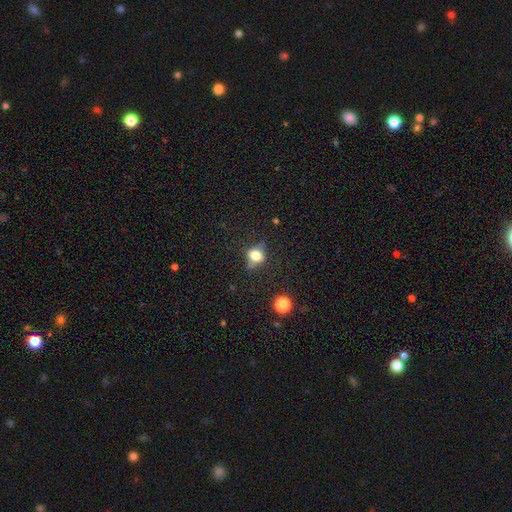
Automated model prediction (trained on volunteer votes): A smooth galaxy with no disk features (64%) that is round (64%). Merging: none (65%).